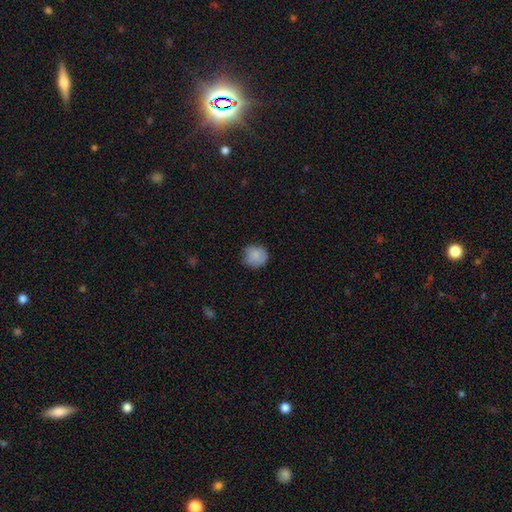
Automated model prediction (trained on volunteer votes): A smooth galaxy with no disk features (83%) that is round (87%).

Vote fractions:
- Smooth or featured? smooth: 83% / featured or disk: 10% / star or artifact: 7%
- How rounded? round: 87% / in between: 12% / cigar-shaped: 1%
- Merging? none: 76% / minor disturbance: 19% / major disturbance: 4% / merger: 1%